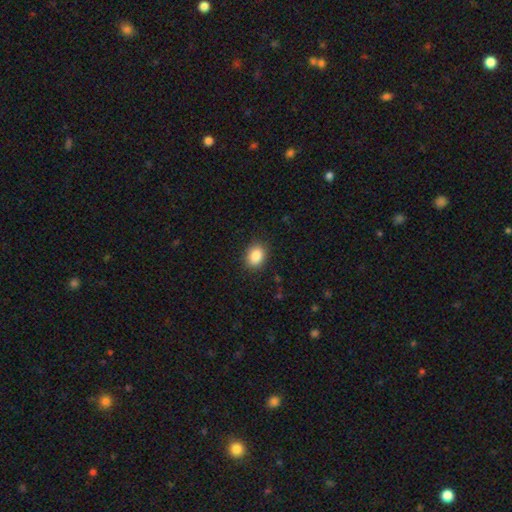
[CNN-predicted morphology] A smooth galaxy with no disk features (87%) that is in between round and cigar-shaped (59%). Merging: none (88%).